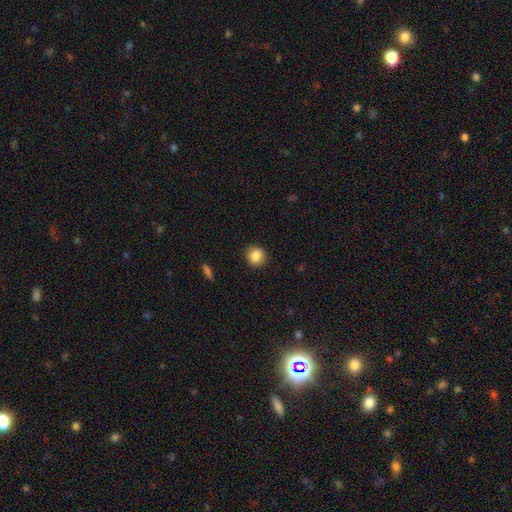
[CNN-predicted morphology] Smooth or featured: smooth — 86% (star or artifact — 9%)
How rounded: round — 84% (in between — 15%)
Merging: none — 90% (minor disturbance — 7%)